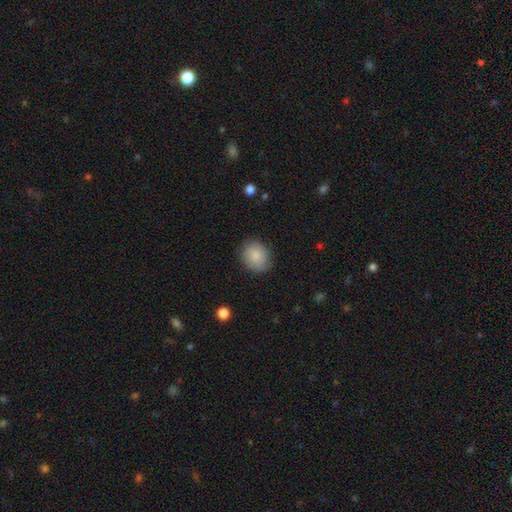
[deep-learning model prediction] The model was most divided on "how rounded": round: 62%, in between: 37%, cigar-shaped: 1%. More confident: smooth or featured — smooth (86%); merging — none (84%).